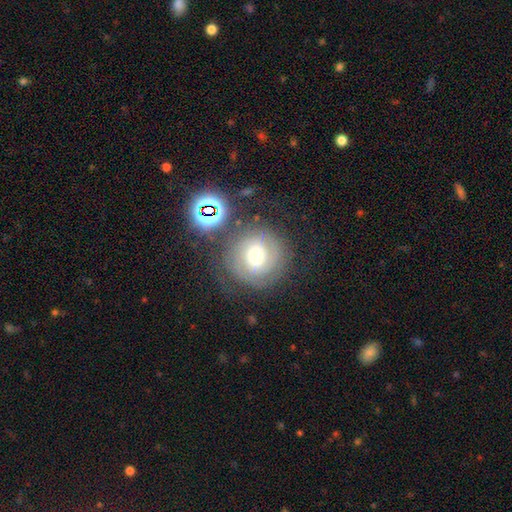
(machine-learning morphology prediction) Smooth or featured?
  - featured or disk: 68% *
  - smooth: 21%
  - star or artifact: 11%
Edge-on disk?
  - no: 97% *
  - yes: 3%
Bar?
  - no: 50% *
  - weak: 37%
  - strong: 12%
Spiral arms?
  - yes: 90% *
  - no: 10%
Spiral winding?
  - tight: 72% *
  - medium: 22%
  - loose: 6%
Spiral arm count?
  - 2: 49% *
  - can't tell: 28%
  - 3: 11%
  - 1: 5%
  - 4: 4%
  - more than 4: 3%
Bulge size?
  - moderate: 60% *
  - small: 30%
  - large: 7%
  - dominant: 2%
  - none: 1%
Merging?
  - none: 74% *
  - minor disturbance: 14%
  - major disturbance: 8%
  - merger: 5%